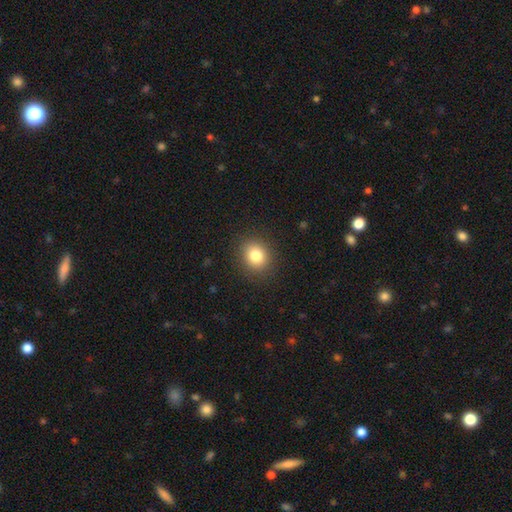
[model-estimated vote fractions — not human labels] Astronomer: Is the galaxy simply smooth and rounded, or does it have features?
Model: smooth — 81%.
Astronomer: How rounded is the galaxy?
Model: round — 76%.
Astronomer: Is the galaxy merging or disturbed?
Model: none — 89%.